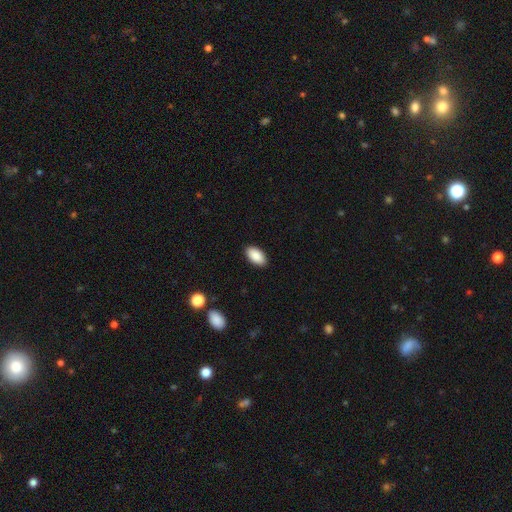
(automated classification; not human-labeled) Smooth or featured?
  - smooth: 90% *
  - star or artifact: 6%
  - featured or disk: 4%
How rounded?
  - in between: 95% *
  - round: 3%
  - cigar-shaped: 2%
Merging?
  - none: 90% *
  - minor disturbance: 7%
  - major disturbance: 2%
  - merger: 1%